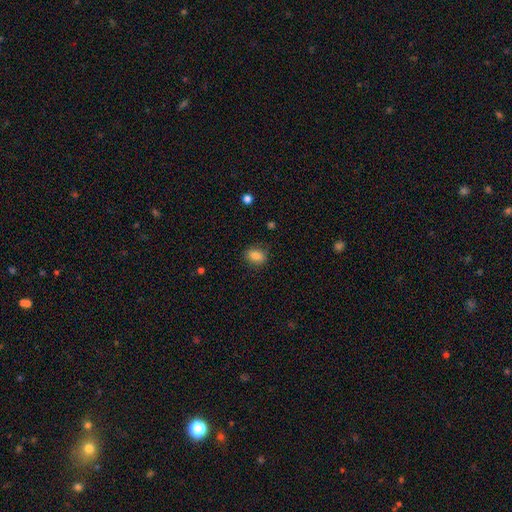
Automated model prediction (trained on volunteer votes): Smooth or featured? smooth (86%)
How rounded? in between (70%)
Merging? none (83%)